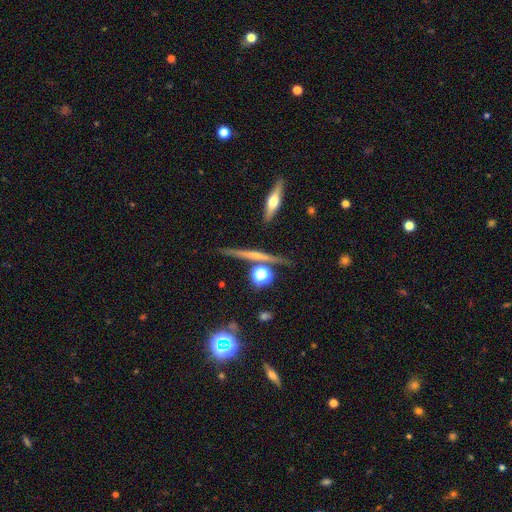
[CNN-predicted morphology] A featured or disk galaxy (60%) viewed edge-on (94%) with a rounded central bulge (55%).

Vote fractions:
- Smooth or featured? featured or disk: 60% / smooth: 22% / star or artifact: 19%
- Edge-on disk? yes: 94% / no: 6%
- Edge-on bulge? rounded: 55% / none: 33% / boxy: 12%
- Merging? none: 83% / minor disturbance: 9% / merger: 5% / major disturbance: 3%